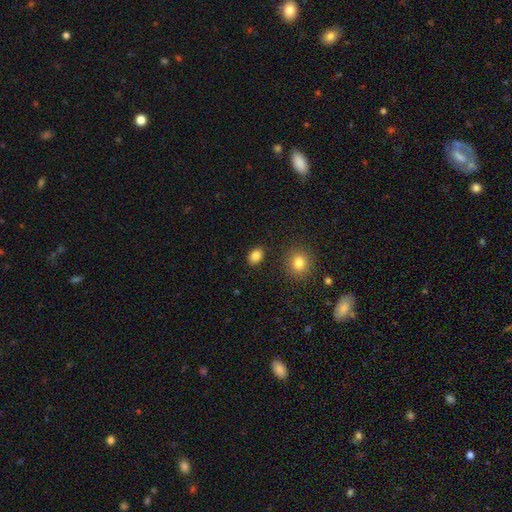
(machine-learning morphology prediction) smooth 83%, star or artifact 10%, featured or disk 6%. Down the decision tree: how rounded — in between (71%); merging — none (87%).